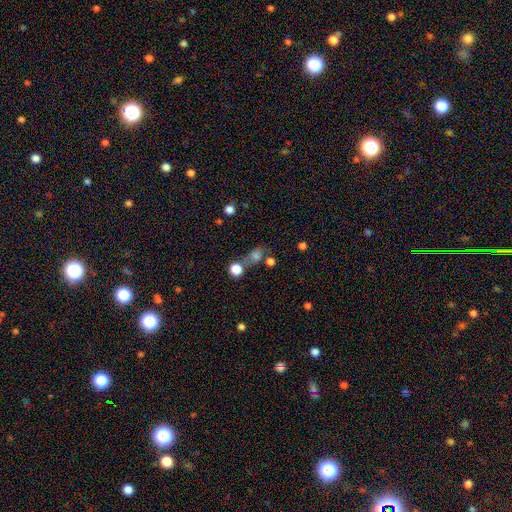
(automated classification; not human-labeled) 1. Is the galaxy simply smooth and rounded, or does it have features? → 64% smooth, 23% star or artifact, 14% featured or disk.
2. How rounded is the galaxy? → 51% in between, 45% round, 4% cigar-shaped.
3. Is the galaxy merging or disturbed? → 46% none, 24% merger, 17% minor disturbance, 13% major disturbance.